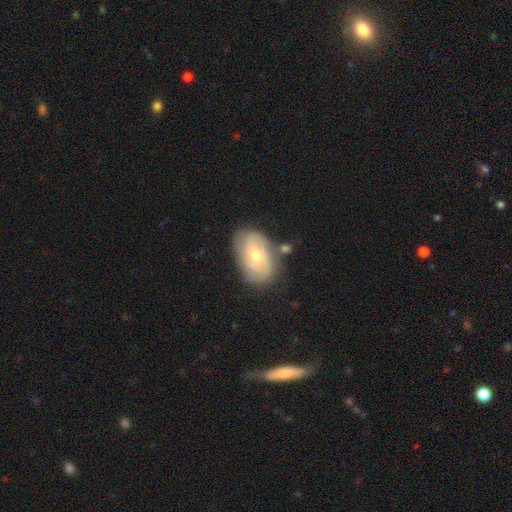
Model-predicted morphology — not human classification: smooth_or_featured: featured or disk (p=0.60) [alt: smooth p=0.33]
disk_edge_on: no (p=0.95) [alt: yes p=0.05]
bar: no (p=0.64) [alt: weak p=0.31]
has_spiral_arms: yes (p=0.78) [alt: no p=0.22]
bulge_size: moderate (p=0.64) [alt: small p=0.31]
merging: none (p=0.70) [alt: minor disturbance p=0.18]